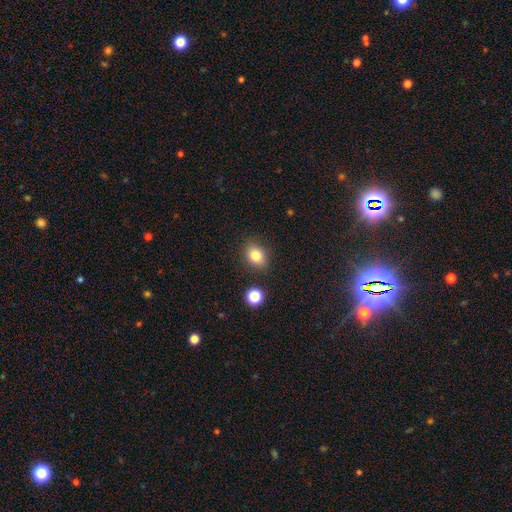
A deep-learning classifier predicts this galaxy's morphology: smooth 81%, star or artifact 11%, featured or disk 8%. Down the decision tree: how rounded — in between (54%); merging — none (83%).